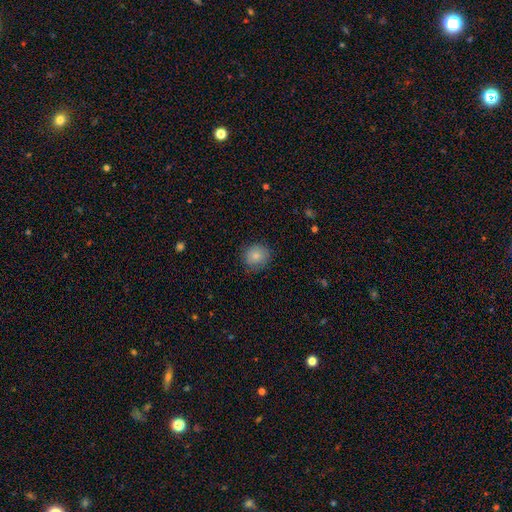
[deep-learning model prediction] Smooth or featured: smooth — 83% (star or artifact — 9%)
How rounded: round — 85% (in between — 14%)
Merging: none — 84% (minor disturbance — 12%)